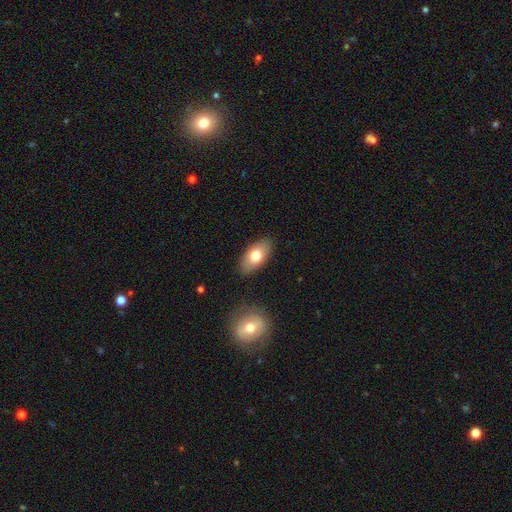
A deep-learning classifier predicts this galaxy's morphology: Smooth or featured? smooth (75%)
How rounded? in between (91%)
Merging? none (86%)